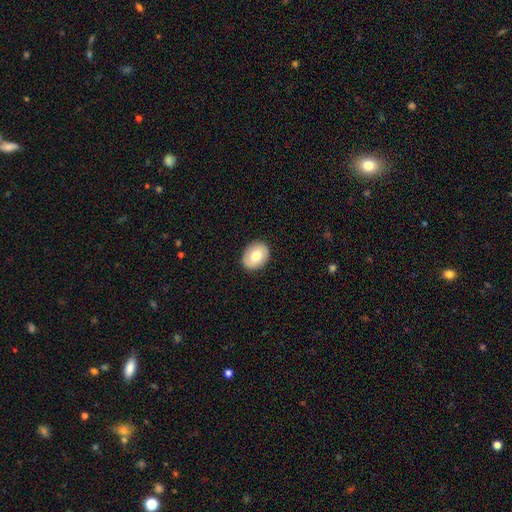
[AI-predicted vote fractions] A smooth galaxy with no disk features (70%) that is in between round and cigar-shaped (52%).

Vote fractions:
- Smooth or featured? smooth: 70% / featured or disk: 23% / star or artifact: 7%
- How rounded? in between: 52% / round: 47% / cigar-shaped: 1%
- Merging? none: 88% / minor disturbance: 9% / major disturbance: 2% / merger: 1%